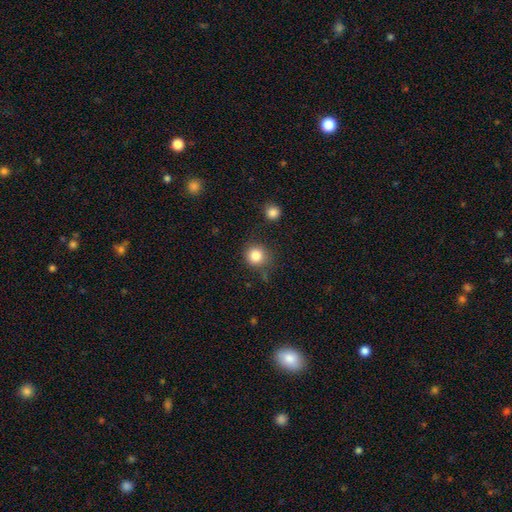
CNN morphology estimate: smooth-or-featured: smooth: 85% | star or artifact: 10% | featured or disk: 5%
  how-rounded: round: 92% | in between: 7% | cigar-shaped: 1%
  merging: none: 79% | minor disturbance: 12% | merger: 4% | major disturbance: 4%